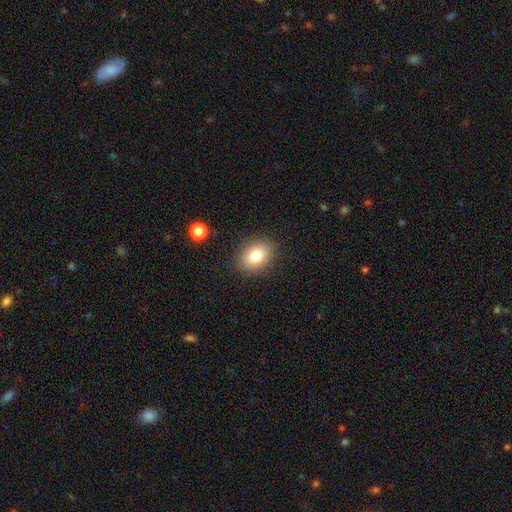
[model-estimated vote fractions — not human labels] Smooth or featured? smooth (80%)
How rounded? in between (72%)
Merging? none (86%)